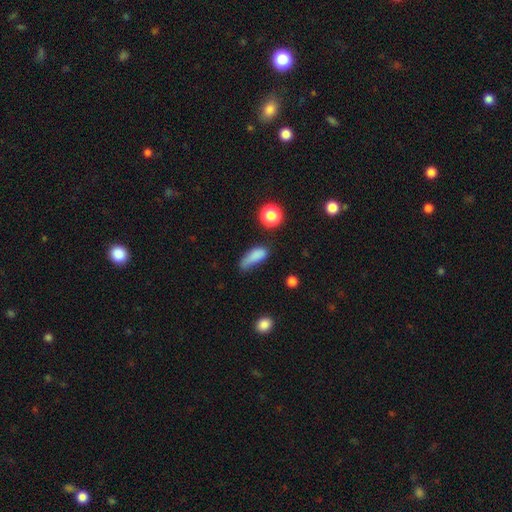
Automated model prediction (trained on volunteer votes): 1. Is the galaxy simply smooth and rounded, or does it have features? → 79% smooth, 11% star or artifact, 10% featured or disk.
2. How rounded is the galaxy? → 67% in between, 27% cigar-shaped, 6% round.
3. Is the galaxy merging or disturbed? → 36% minor disturbance, 35% none, 23% major disturbance, 6% merger.